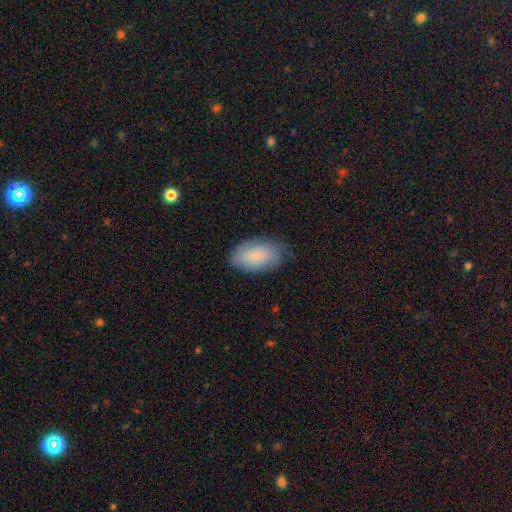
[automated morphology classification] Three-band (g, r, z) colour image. It shows a smooth galaxy with no disk features (72%) that is in between round and cigar-shaped (93%). Merging: none (64%).